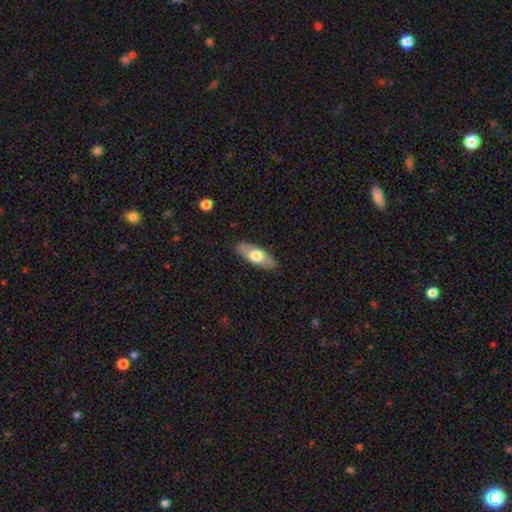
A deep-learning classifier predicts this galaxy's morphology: Smooth or featured?
  - smooth: 62% *
  - featured or disk: 33%
  - star or artifact: 6%
How rounded?
  - in between: 76% *
  - cigar-shaped: 21%
  - round: 3%
Merging?
  - none: 85% *
  - minor disturbance: 11%
  - major disturbance: 2%
  - merger: 1%